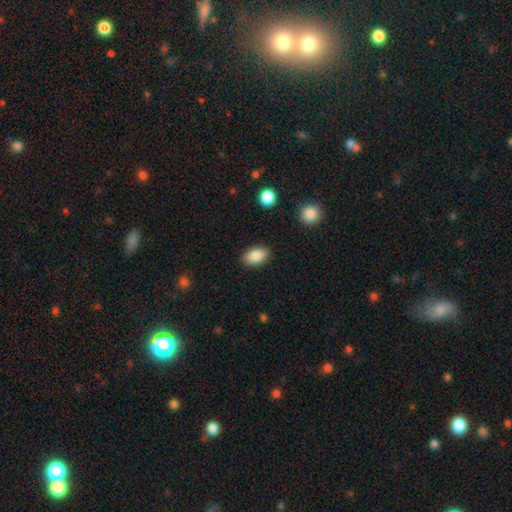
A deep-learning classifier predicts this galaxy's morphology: Q: Smooth or featured?
A: smooth (87%); runner-up: star or artifact (7%)
Q: How rounded?
A: in between (90%); runner-up: round (8%)
Q: Merging?
A: none (87%); runner-up: minor disturbance (9%)